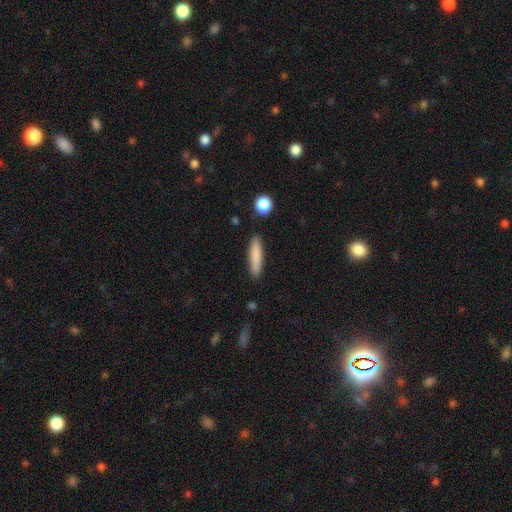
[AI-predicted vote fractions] A smooth galaxy with no disk features (83%) that is cigar-shaped (83%).

Vote fractions:
- Smooth or featured? smooth: 83% / featured or disk: 11% / star or artifact: 6%
- How rounded? cigar-shaped: 83% / in between: 15% / round: 2%
- Merging? none: 88% / minor disturbance: 8% / merger: 2% / major disturbance: 2%